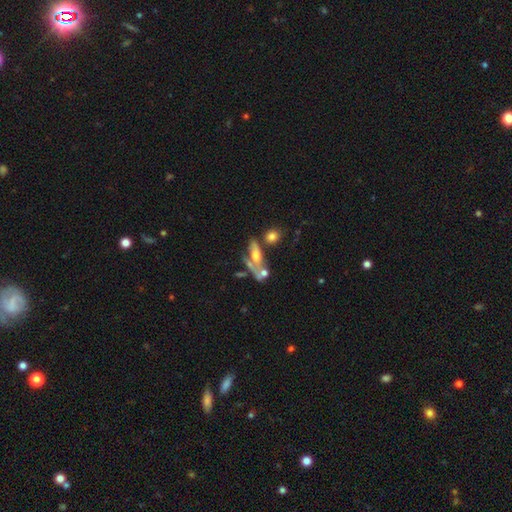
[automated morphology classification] type=featured or disk (51%); edge-on=no (73%); merging=merger (38%).